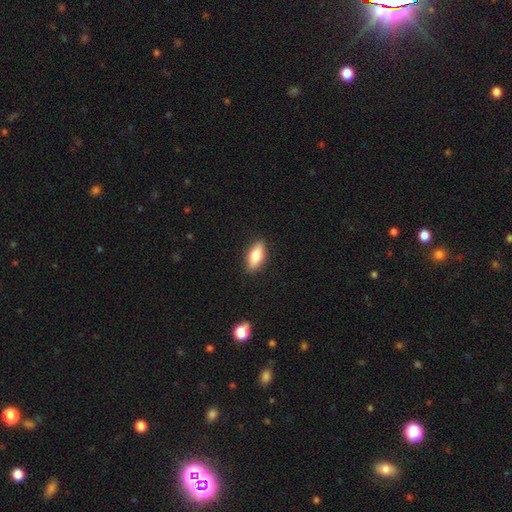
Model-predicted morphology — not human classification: This appears to be a smooth galaxy with no disk features (71%) that is in between round and cigar-shaped (81%). Merging: none (89%).